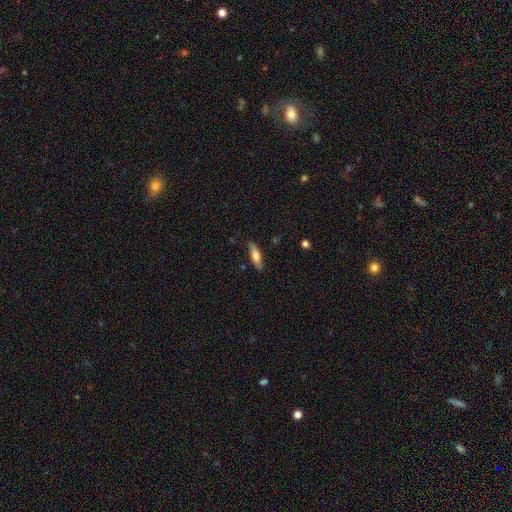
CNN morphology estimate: Smooth or featured? smooth (66%)
How rounded? cigar-shaped (62%)
Merging? none (82%)